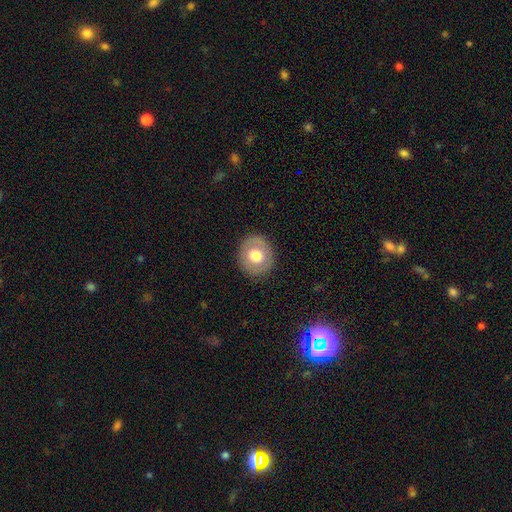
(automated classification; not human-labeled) Q: Smooth or featured?
A: smooth (65%); runner-up: featured or disk (28%)
Q: How rounded?
A: round (83%); runner-up: in between (16%)
Q: Merging?
A: none (87%); runner-up: minor disturbance (9%)